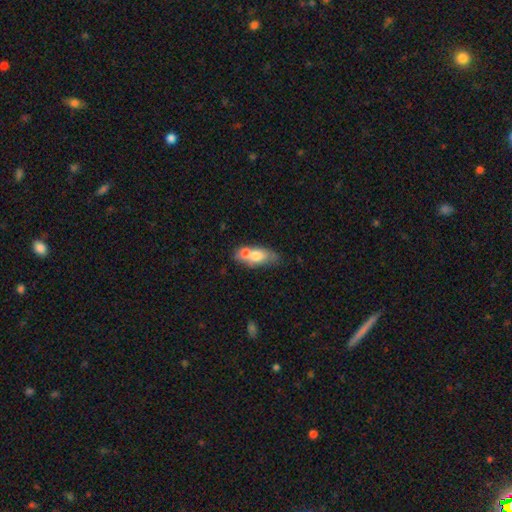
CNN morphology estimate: A smooth galaxy with no disk features (67%) that is in between round and cigar-shaped (78%).

Vote fractions:
- Smooth or featured? smooth: 67% / featured or disk: 26% / star or artifact: 7%
- How rounded? in between: 78% / cigar-shaped: 13% / round: 9%
- Merging? merger: 49% / none: 31% / minor disturbance: 14% / major disturbance: 6%